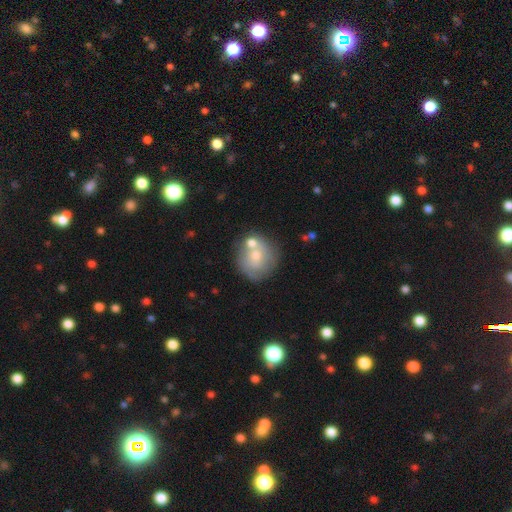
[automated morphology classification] Smooth or featured: smooth — 56% (featured or disk — 36%)
How rounded: round — 85% (in between — 14%)
Merging: none — 50% (merger — 27%)